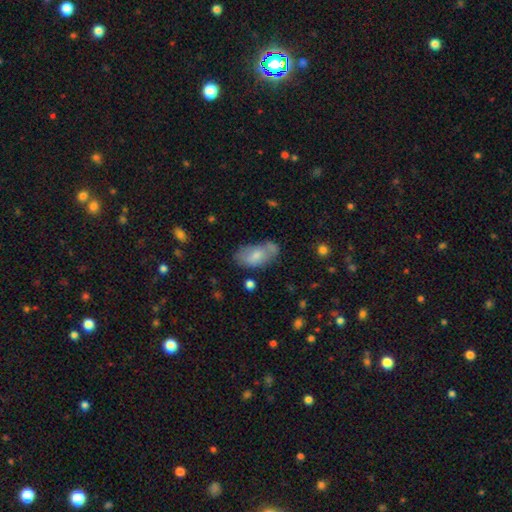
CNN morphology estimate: smooth_or_featured: smooth (p=0.69) [alt: featured or disk p=0.24]
how_rounded: in between (p=0.93) [alt: round p=0.04]
merging: none (p=0.49) [alt: minor disturbance p=0.27]